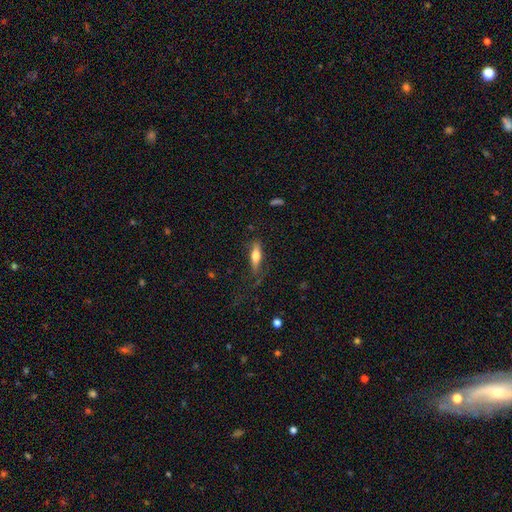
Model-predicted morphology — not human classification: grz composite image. It shows a smooth galaxy with no disk features (62%) that is cigar-shaped (55%). Merging: none (68%).